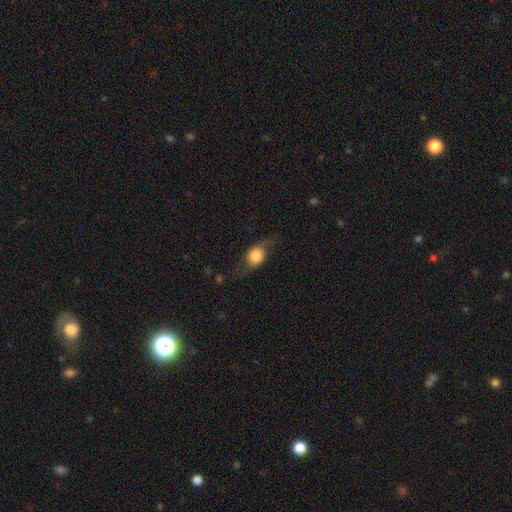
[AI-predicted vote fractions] Smooth or featured?
  - smooth: 61% *
  - featured or disk: 30%
  - star or artifact: 9%
How rounded?
  - round: 58% *
  - in between: 39%
  - cigar-shaped: 4%
Merging?
  - none: 63% *
  - minor disturbance: 23%
  - major disturbance: 13%
  - merger: 2%